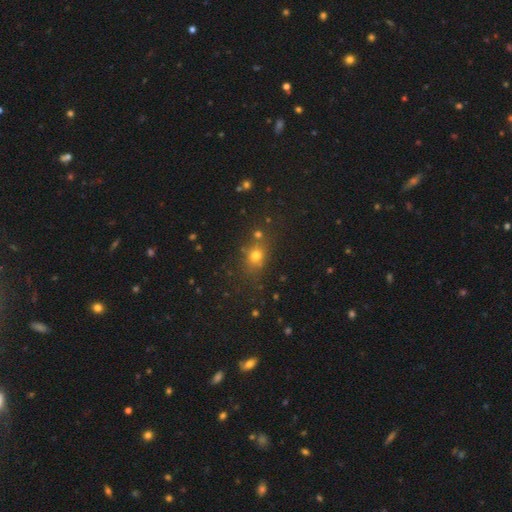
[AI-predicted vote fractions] Smooth or featured? Predicted: smooth (p=0.69). How rounded? Predicted: round (p=0.59). Merging? Predicted: none (p=0.72).